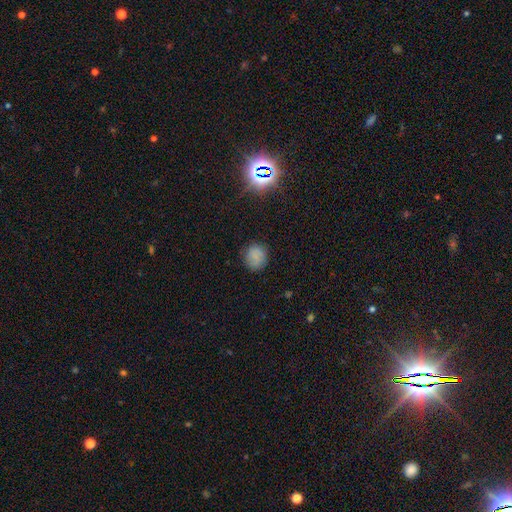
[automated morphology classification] smooth 78%, star or artifact 14%, featured or disk 7%. Down the decision tree: how rounded — round (85%); merging — none (84%).